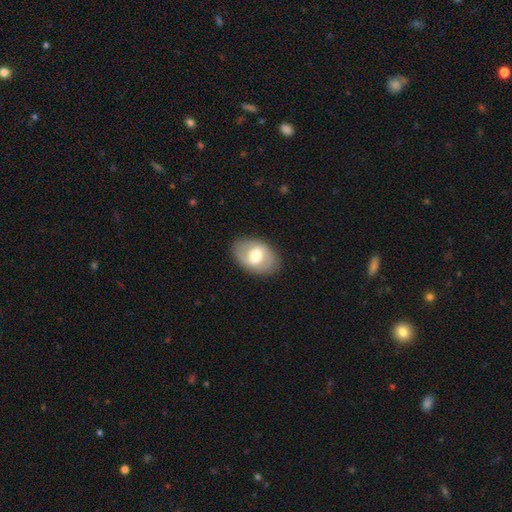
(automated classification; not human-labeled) Q: Smooth or featured?
A: featured or disk (49%); runner-up: smooth (45%)
Q: Merging?
A: none (85%); runner-up: minor disturbance (10%)